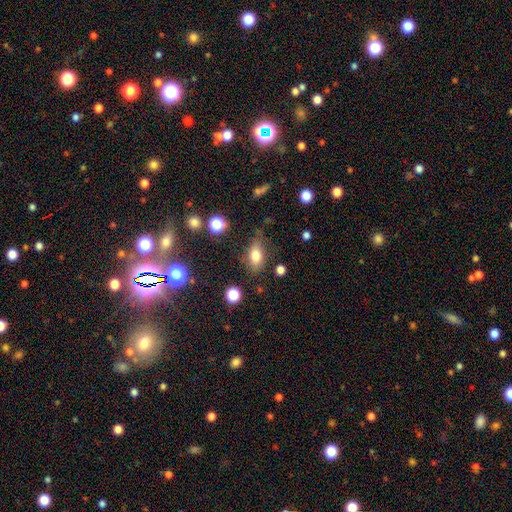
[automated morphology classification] Smooth or featured? smooth (76%)
How rounded? in between (82%)
Merging? none (69%)